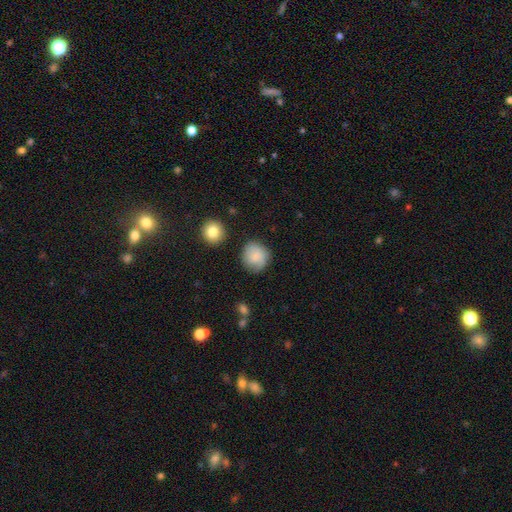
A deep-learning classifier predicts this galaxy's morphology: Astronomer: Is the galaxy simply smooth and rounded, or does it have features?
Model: smooth — 80%.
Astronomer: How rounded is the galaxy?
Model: round — 85%.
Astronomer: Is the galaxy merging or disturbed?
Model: none — 73%.